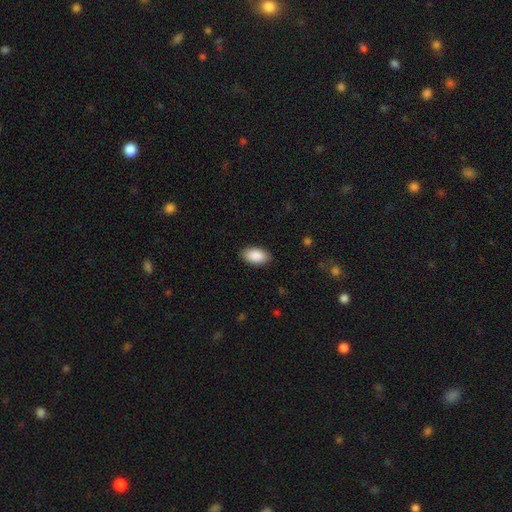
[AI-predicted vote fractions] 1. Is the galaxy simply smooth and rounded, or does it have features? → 90% smooth, 6% star or artifact, 4% featured or disk.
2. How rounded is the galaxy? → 95% in between, 3% round, 2% cigar-shaped.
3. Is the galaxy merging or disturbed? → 89% none, 8% minor disturbance, 2% major disturbance, 1% merger.